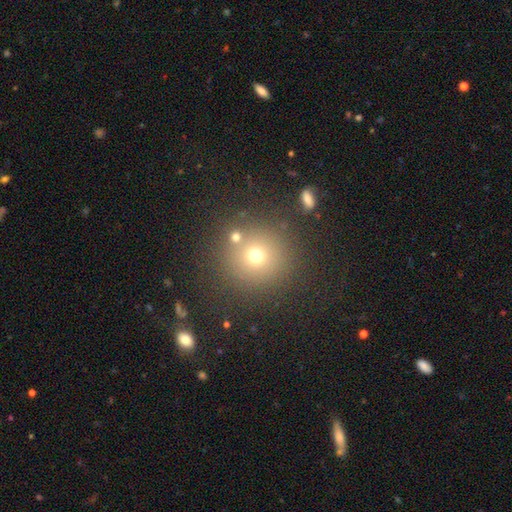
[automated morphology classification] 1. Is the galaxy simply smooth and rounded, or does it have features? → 67% smooth, 21% star or artifact, 12% featured or disk.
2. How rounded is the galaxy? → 93% round, 6% in between, 1% cigar-shaped.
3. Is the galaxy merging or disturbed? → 80% none, 8% merger, 8% minor disturbance, 4% major disturbance.